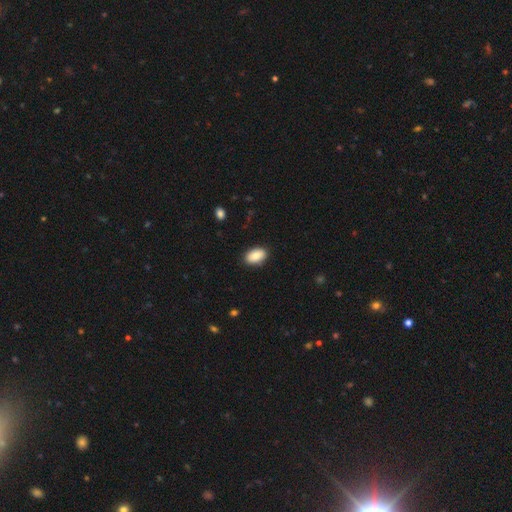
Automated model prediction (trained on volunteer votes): This appears to be a smooth galaxy with no disk features (87%) that is in between round and cigar-shaped (91%). Merging: none (88%).